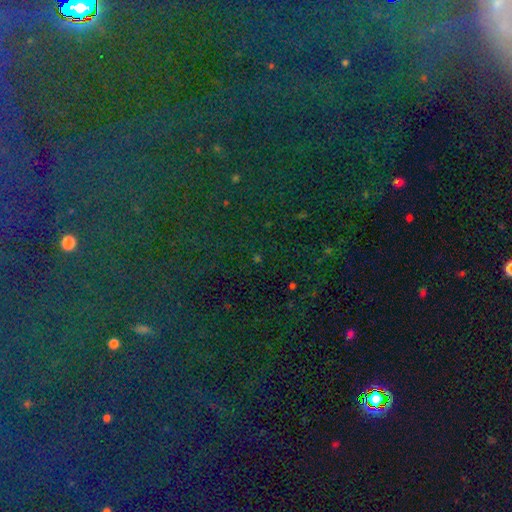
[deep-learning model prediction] Smooth or featured?
  - star or artifact: 82% *
  - smooth: 11%
  - featured or disk: 8%